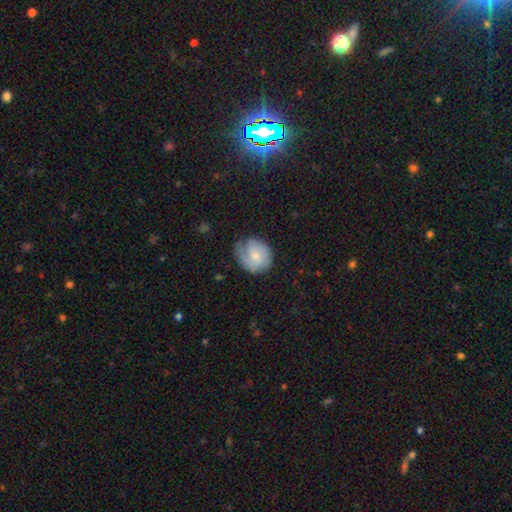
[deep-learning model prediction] Morphology: type=featured or disk (67%); edge-on=no (98%); bar=no (56%); spiral arms=yes (92%); winding=tight (48%); arm count=2 (47%); bulge=small (59%); merging=none (67%).